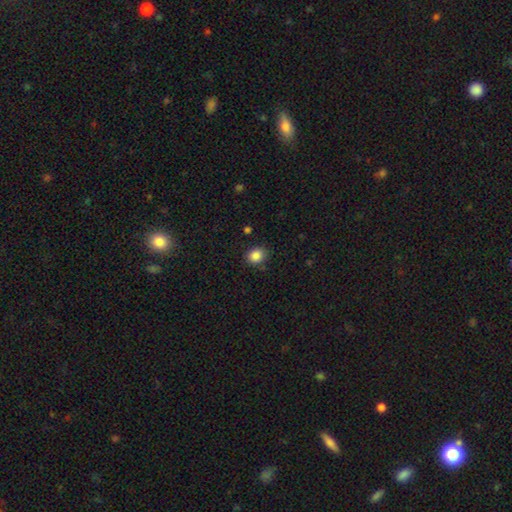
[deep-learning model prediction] smooth 86%, star or artifact 10%, featured or disk 4%. Down the decision tree: how rounded — round (65%); merging — none (83%).